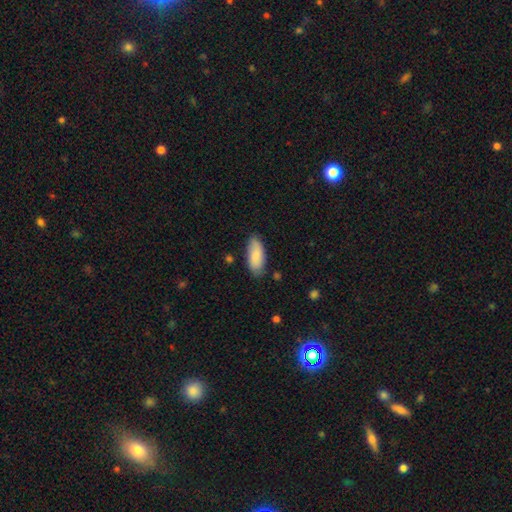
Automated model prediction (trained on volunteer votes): smooth 82%, featured or disk 12%, star or artifact 6%. Down the decision tree: how rounded — in between (85%); merging — none (78%).